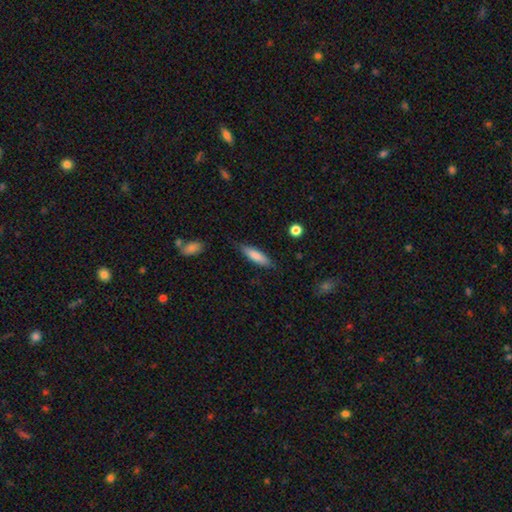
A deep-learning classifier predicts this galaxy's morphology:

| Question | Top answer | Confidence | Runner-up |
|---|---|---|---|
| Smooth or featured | smooth | 80% | featured or disk (14%) |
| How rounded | cigar-shaped | 65% | in between (33%) |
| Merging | none | 81% | minor disturbance (14%) |